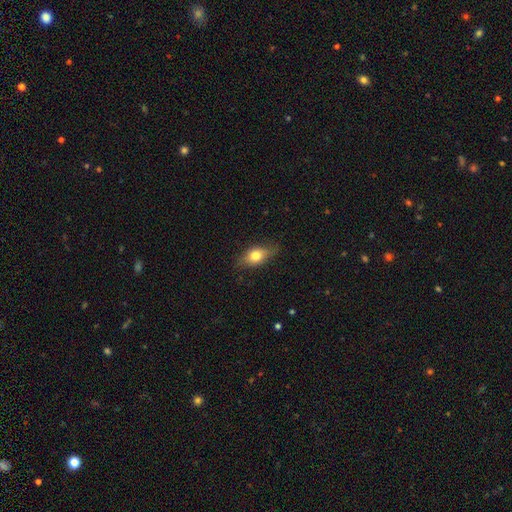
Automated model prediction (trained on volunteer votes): This appears to be a smooth galaxy with no disk features (68%) that is in between round and cigar-shaped (77%). Merging: none (73%).